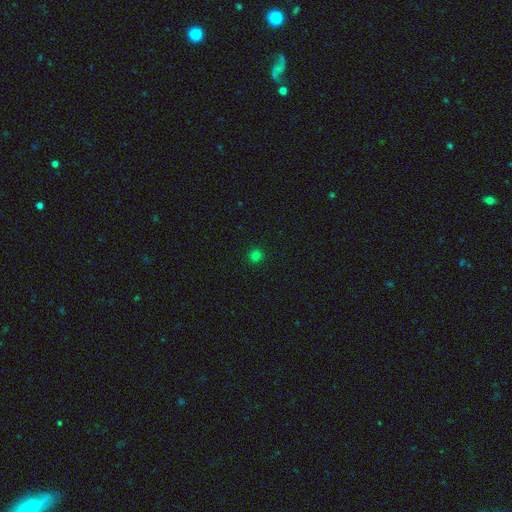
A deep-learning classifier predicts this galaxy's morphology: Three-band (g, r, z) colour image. It shows a smooth galaxy with no disk features (79%) that is round (94%). Merging: none (92%).